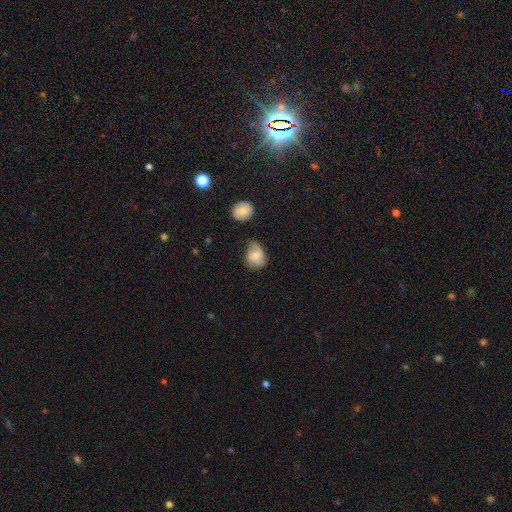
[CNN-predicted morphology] Overall: smooth (64%; featured or disk 28%). How rounded: in between (60%; round 39%). Merging: none (45%; minor disturbance 38%).